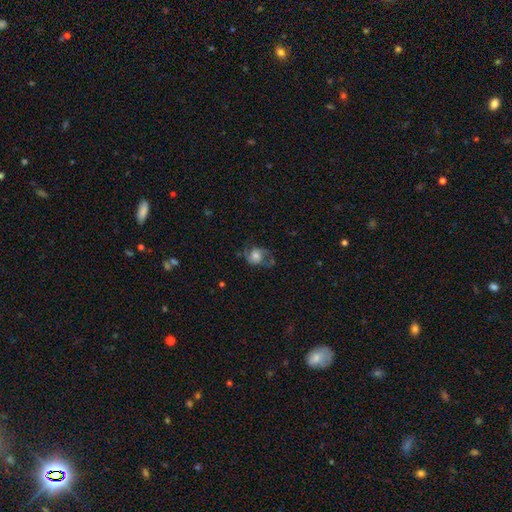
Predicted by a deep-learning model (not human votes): Smooth or featured: featured or disk — 52% (smooth — 38%)
Edge-on disk: no — 96% (yes — 4%)
Merging: none — 54% (minor disturbance — 23%)